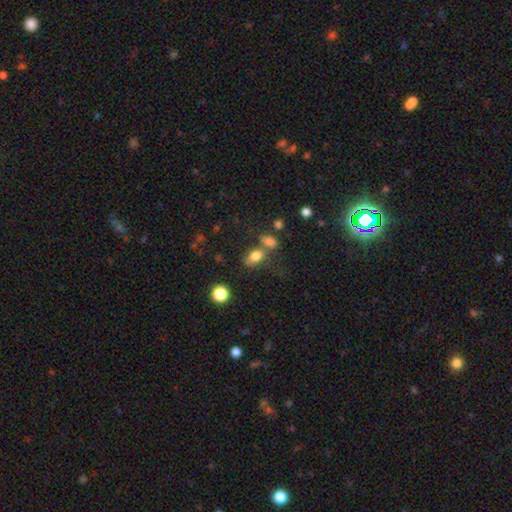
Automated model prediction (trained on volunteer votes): smooth-or-featured: smooth: 79% | star or artifact: 12% | featured or disk: 9%
  how-rounded: in between: 81% | round: 16% | cigar-shaped: 3%
  merging: none: 49% | merger: 28% | minor disturbance: 15% | major disturbance: 8%